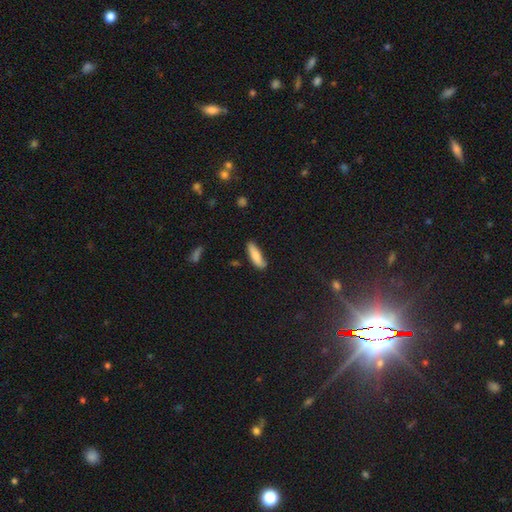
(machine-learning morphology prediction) smooth-or-featured: smooth: 80% | featured or disk: 13% | star or artifact: 6%
  how-rounded: cigar-shaped: 56% | in between: 42% | round: 2%
  merging: none: 76% | minor disturbance: 19% | major disturbance: 3% | merger: 2%